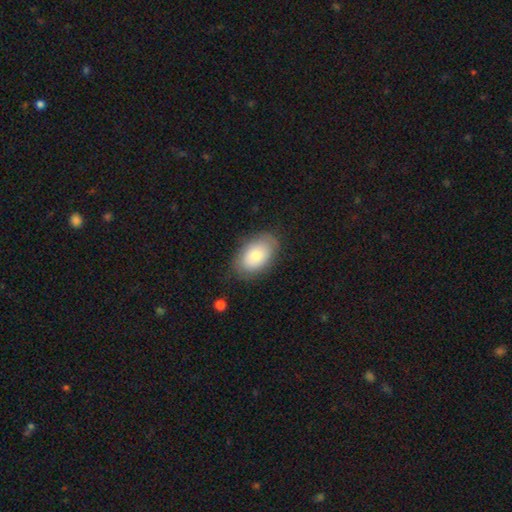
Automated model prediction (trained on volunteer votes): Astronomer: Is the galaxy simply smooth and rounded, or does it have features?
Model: smooth — 78%.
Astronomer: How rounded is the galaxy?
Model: in between — 91%.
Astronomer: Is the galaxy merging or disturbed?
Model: none — 80%.